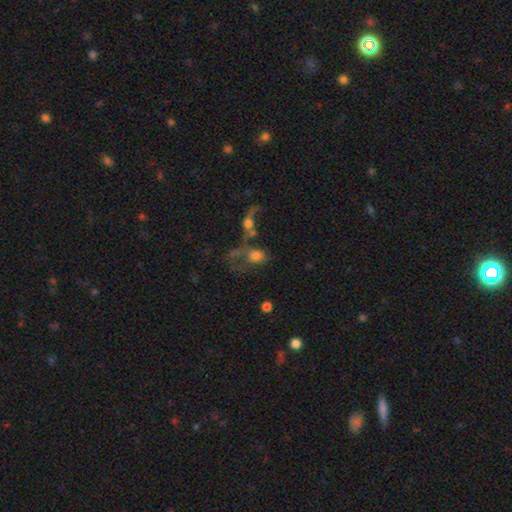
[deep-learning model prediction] smooth 62%, featured or disk 24%, star or artifact 14%. Down the decision tree: how rounded — in between (61%); merging — merger (39%).